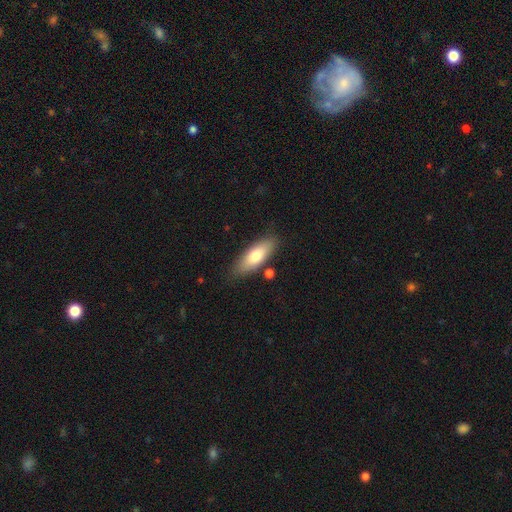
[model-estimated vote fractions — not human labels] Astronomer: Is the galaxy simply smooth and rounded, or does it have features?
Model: smooth — 73%.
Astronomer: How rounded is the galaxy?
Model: in between — 65%.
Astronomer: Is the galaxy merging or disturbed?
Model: none — 81%.